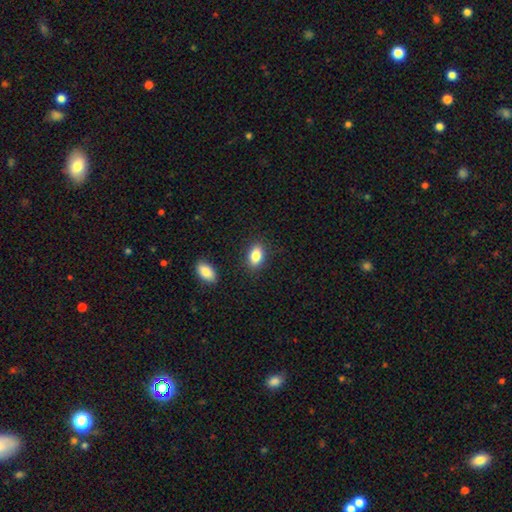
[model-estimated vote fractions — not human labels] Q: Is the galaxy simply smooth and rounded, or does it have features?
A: smooth — 85%.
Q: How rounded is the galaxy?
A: in between — 86%.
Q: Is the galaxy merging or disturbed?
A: none — 86%.